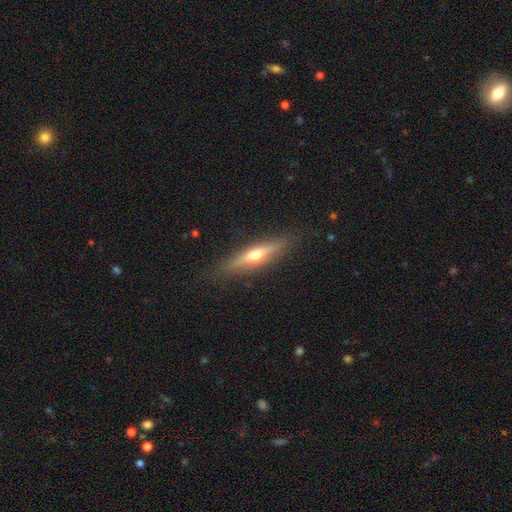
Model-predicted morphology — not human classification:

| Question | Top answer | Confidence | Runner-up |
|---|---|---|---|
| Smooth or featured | featured or disk | 56% | smooth (38%) |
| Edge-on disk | yes | 92% | no (8%) |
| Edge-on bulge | rounded | 91% | none (5%) |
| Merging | none | 87% | minor disturbance (10%) |